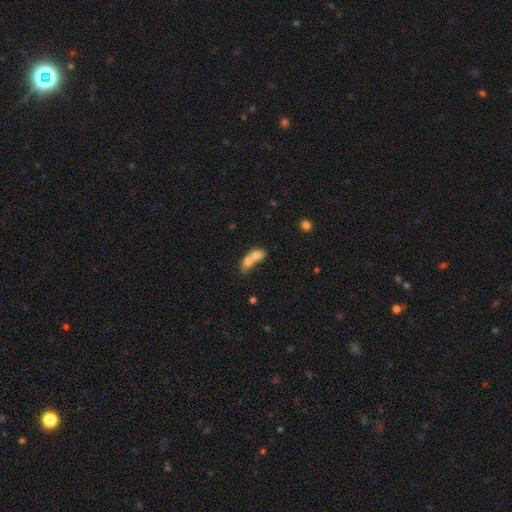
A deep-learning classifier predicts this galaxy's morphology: This appears to be a smooth galaxy with no disk features (70%) that is in between round and cigar-shaped (68%). Merging: merger (78%).